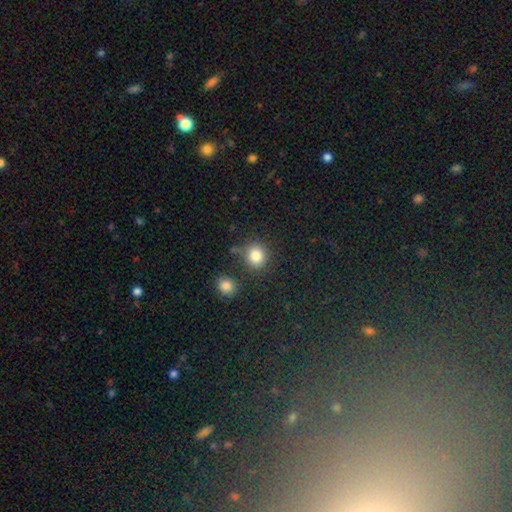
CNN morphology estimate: type=smooth (84%); roundness=round (83%); merging=none (74%).